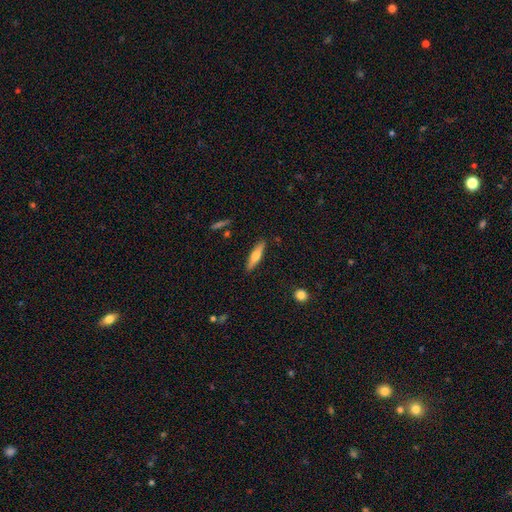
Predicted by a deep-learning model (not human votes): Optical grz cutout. It shows a smooth galaxy with no disk features (53%) that is cigar-shaped (76%). Merging: none (89%).